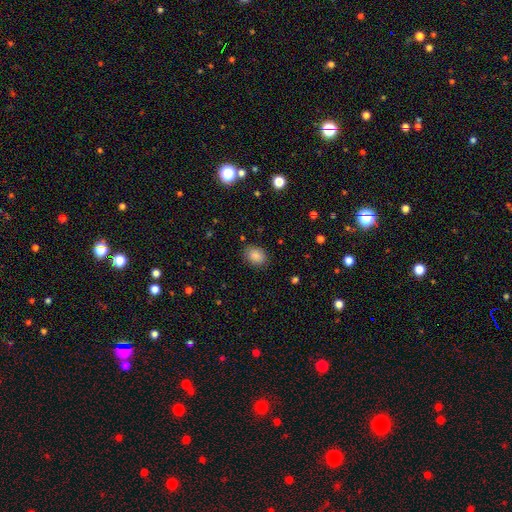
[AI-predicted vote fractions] A smooth galaxy with no disk features (86%) that is in between round and cigar-shaped (58%). Merging: none (84%).